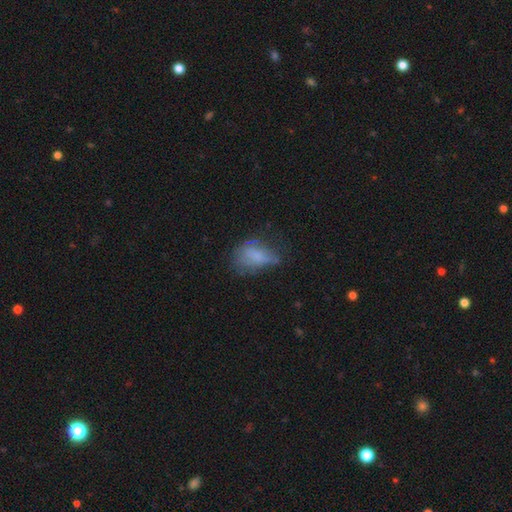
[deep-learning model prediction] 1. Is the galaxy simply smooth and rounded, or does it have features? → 60% smooth, 28% featured or disk, 13% star or artifact.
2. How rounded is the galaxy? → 83% in between, 12% round, 5% cigar-shaped.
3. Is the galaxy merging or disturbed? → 38% none, 32% minor disturbance, 28% major disturbance, 3% merger.